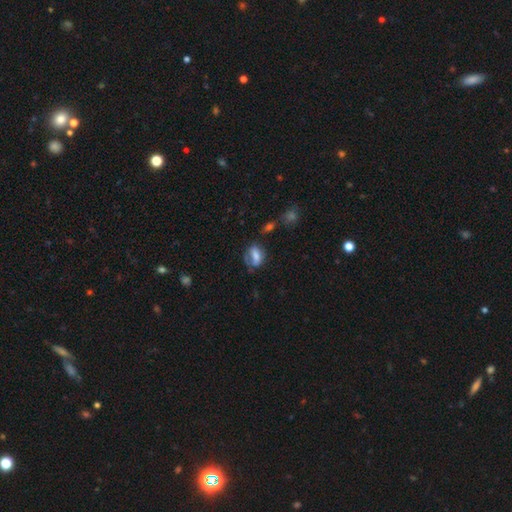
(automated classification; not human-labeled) smooth 62%, featured or disk 28%, star or artifact 10%. Down the decision tree: how rounded — in between (77%); merging — none (46%).